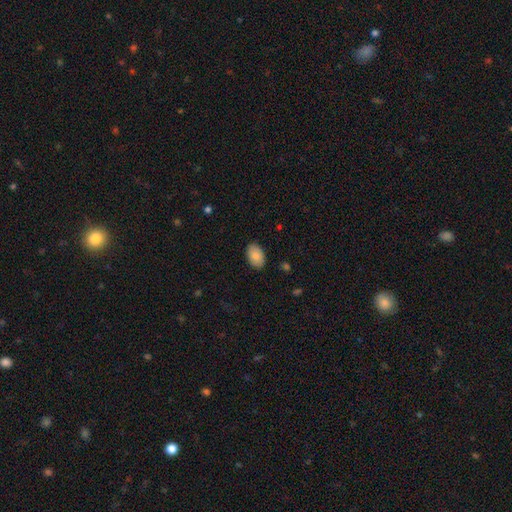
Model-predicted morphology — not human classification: A smooth galaxy with no disk features (83%) that is in between round and cigar-shaped (91%).

Vote fractions:
- Smooth or featured? smooth: 83% / featured or disk: 10% / star or artifact: 6%
- How rounded? in between: 91% / round: 7% / cigar-shaped: 1%
- Merging? none: 87% / minor disturbance: 10% / major disturbance: 2% / merger: 1%